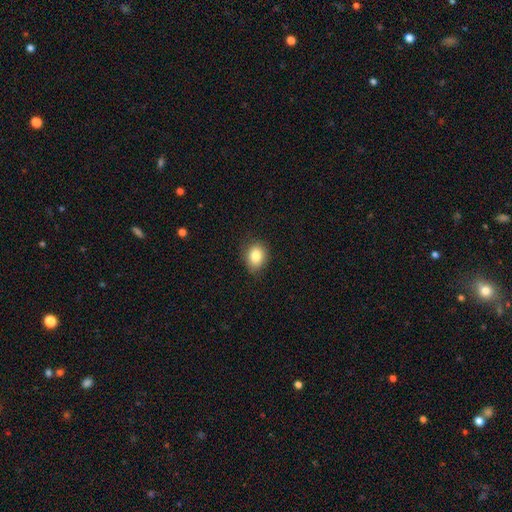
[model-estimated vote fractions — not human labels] A smooth galaxy with no disk features (84%) that is in between round and cigar-shaped (50%). Merging: none (81%).